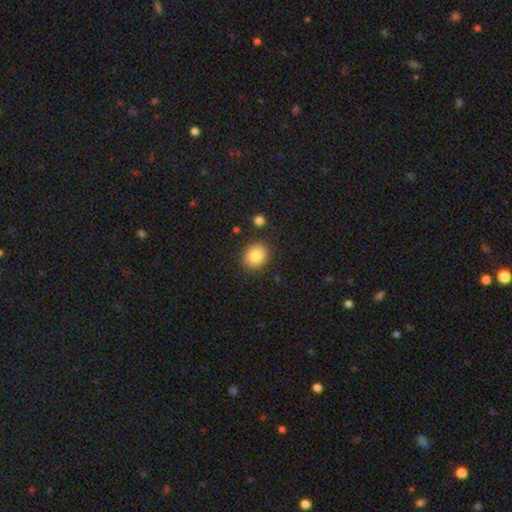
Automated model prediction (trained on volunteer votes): Smooth or featured? smooth (82%)
How rounded? round (72%)
Merging? none (87%)